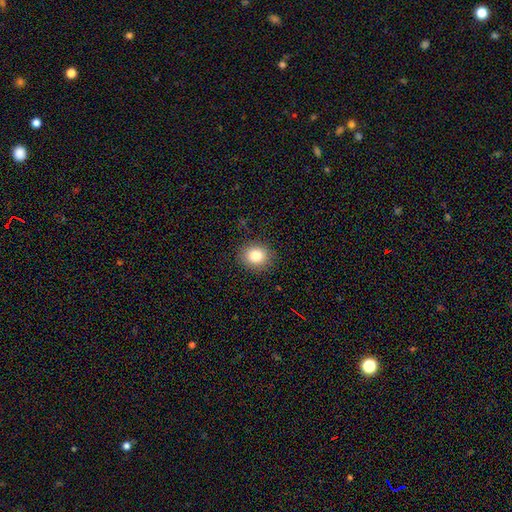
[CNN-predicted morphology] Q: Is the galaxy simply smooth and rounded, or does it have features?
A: smooth — 83%.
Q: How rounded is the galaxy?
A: round — 76%.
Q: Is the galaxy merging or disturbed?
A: none — 89%.